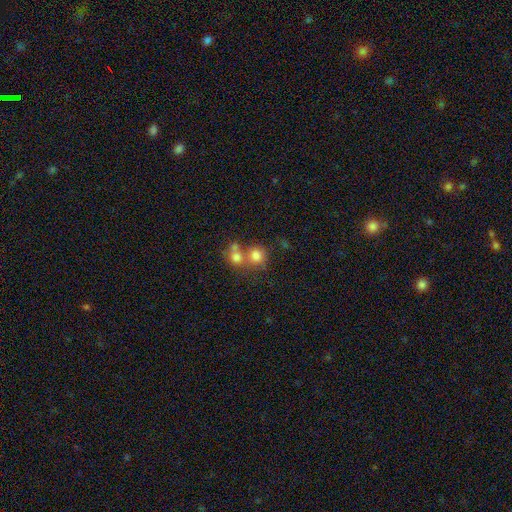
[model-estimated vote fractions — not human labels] This is likely a smooth galaxy (74%). How rounded: clearly round (81%). Merging: possibly merger (47%).